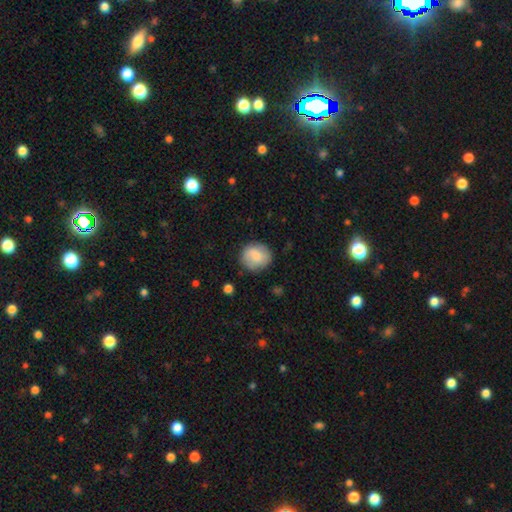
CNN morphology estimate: smooth-or-featured: smooth: 76% | featured or disk: 17% | star or artifact: 7%
  how-rounded: round: 86% | in between: 13% | cigar-shaped: 1%
  merging: none: 83% | minor disturbance: 12% | major disturbance: 3% | merger: 1%